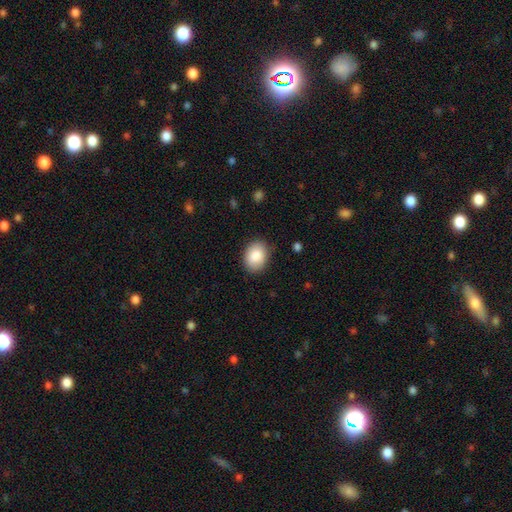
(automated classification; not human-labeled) smooth 87%, star or artifact 7%, featured or disk 6%. Down the decision tree: how rounded — in between (67%); merging — none (85%).